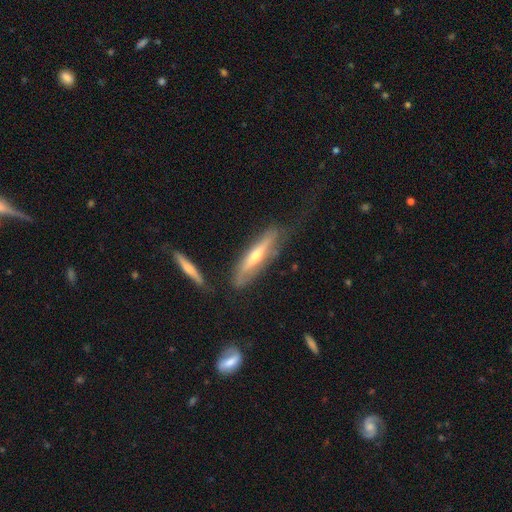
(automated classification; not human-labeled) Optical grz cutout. It shows a featured or disk galaxy (60%) viewed edge-on (84%) with a rounded central bulge (77%). Merging: none (64%).